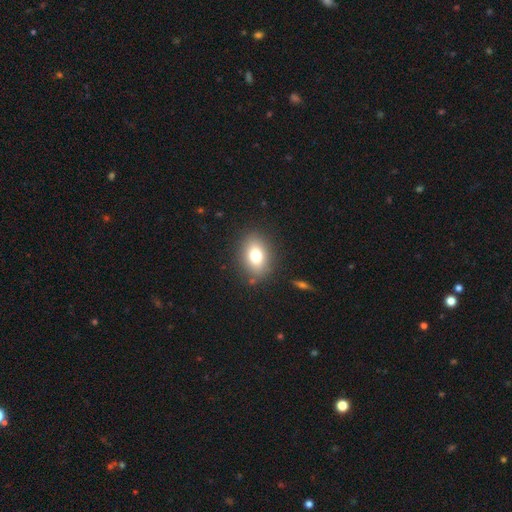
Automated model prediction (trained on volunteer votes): Smooth or featured? smooth (75%)
How rounded? in between (71%)
Merging? none (85%)